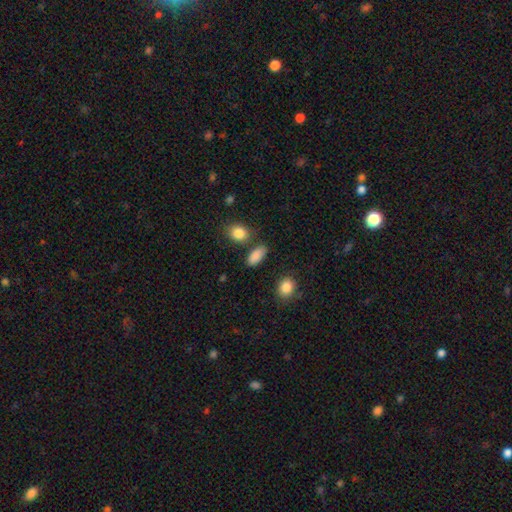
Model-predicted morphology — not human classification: smooth-or-featured: smooth: 88% | star or artifact: 8% | featured or disk: 4%
  how-rounded: in between: 86% | round: 8% | cigar-shaped: 6%
  merging: none: 79% | minor disturbance: 12% | merger: 6% | major disturbance: 3%